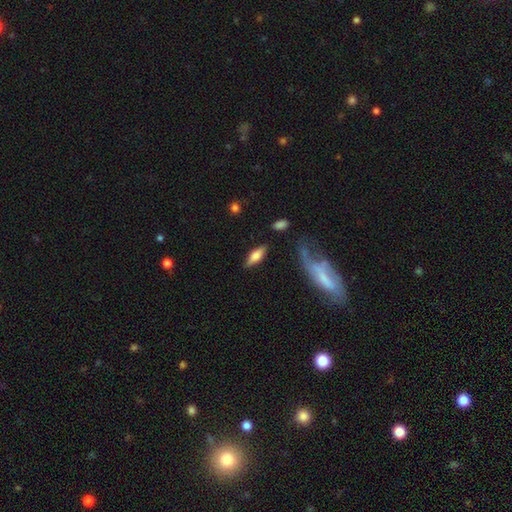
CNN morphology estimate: smooth 55%, featured or disk 39%, star or artifact 7%. Down the decision tree: how rounded — in between (62%); merging — none (79%).